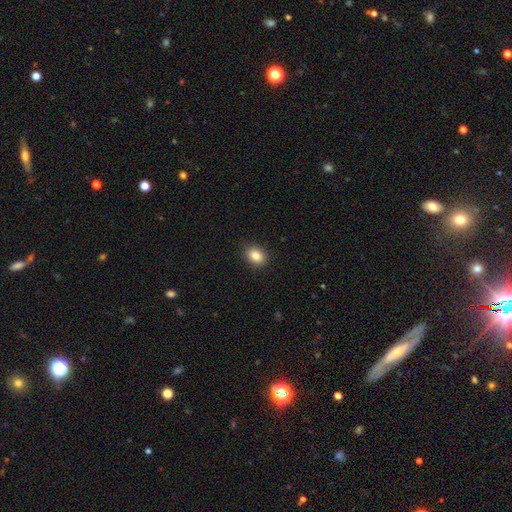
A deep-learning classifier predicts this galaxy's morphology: Q: Smooth or featured?
A: smooth (86%); runner-up: star or artifact (9%)
Q: How rounded?
A: in between (63%); runner-up: round (36%)
Q: Merging?
A: none (90%); runner-up: minor disturbance (7%)